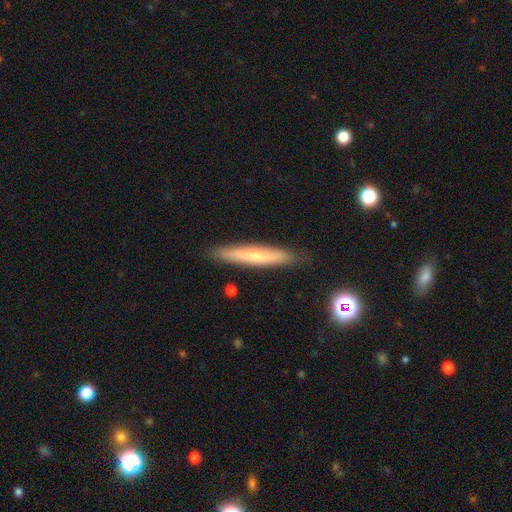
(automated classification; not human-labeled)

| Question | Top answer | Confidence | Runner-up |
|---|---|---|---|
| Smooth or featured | smooth | 53% | featured or disk (40%) |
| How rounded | cigar-shaped | 93% | in between (6%) |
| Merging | none | 88% | minor disturbance (9%) |